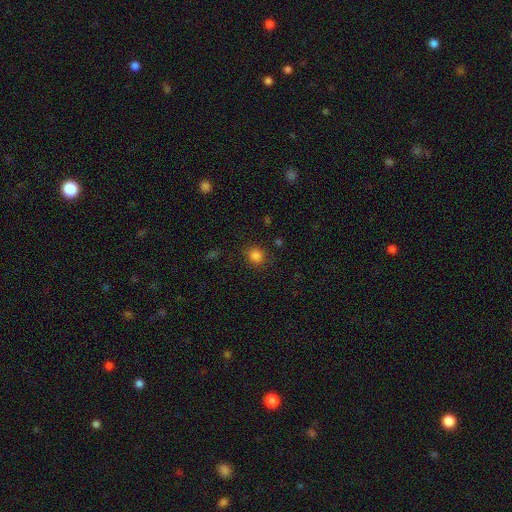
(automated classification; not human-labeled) Smooth or featured? Predicted: smooth (p=0.83). How rounded? Predicted: round (p=0.77). Merging? Predicted: none (p=0.85).